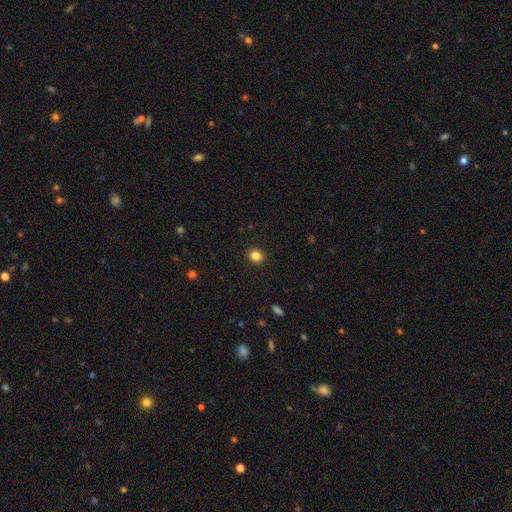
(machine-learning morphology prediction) smooth_or_featured: smooth (p=0.84) [alt: star or artifact p=0.11]
how_rounded: round (p=0.76) [alt: in between p=0.23]
merging: none (p=0.92) [alt: minor disturbance p=0.06]